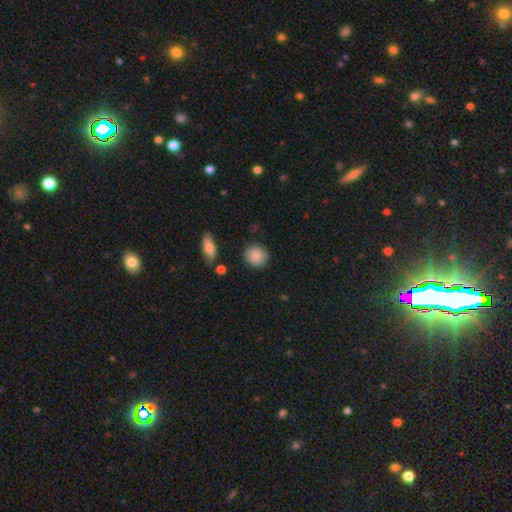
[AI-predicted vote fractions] Q: Smooth or featured?
A: smooth (87%); runner-up: star or artifact (7%)
Q: How rounded?
A: round (86%); runner-up: in between (12%)
Q: Merging?
A: none (86%); runner-up: minor disturbance (9%)